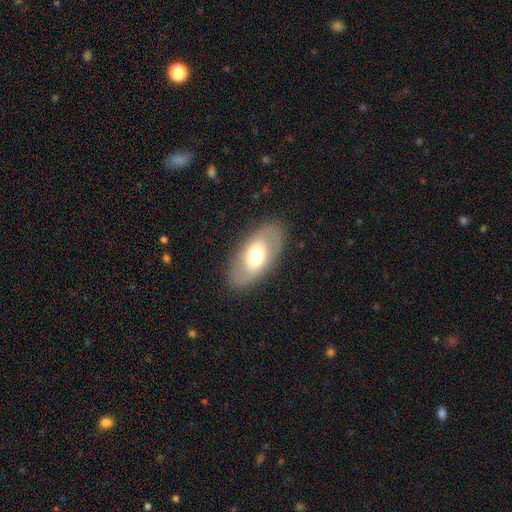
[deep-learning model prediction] featured or disk 48%, smooth 45%, star or artifact 6%. Down the decision tree: merging — none (84%).